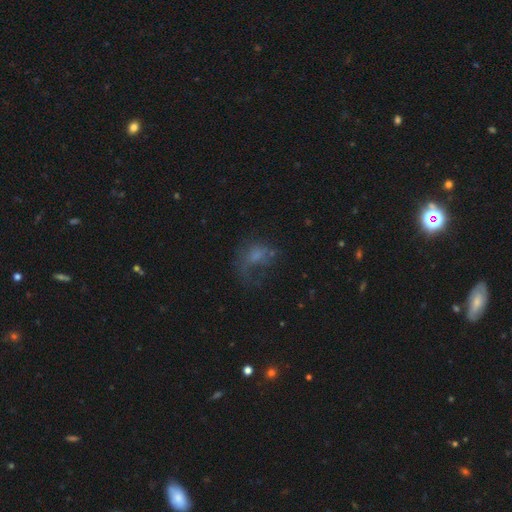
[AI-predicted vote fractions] Q: Smooth or featured?
A: smooth (47%); runner-up: featured or disk (34%)
Q: Merging?
A: major disturbance (47%); runner-up: none (30%)